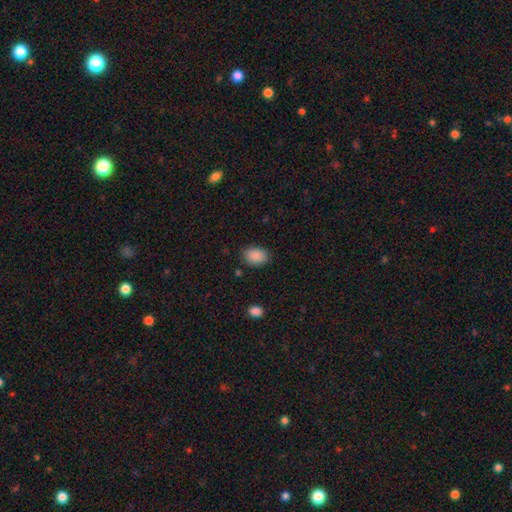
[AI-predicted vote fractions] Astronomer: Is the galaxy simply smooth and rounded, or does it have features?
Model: smooth — 89%.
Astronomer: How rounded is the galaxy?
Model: in between — 79%.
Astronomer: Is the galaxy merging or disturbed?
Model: none — 84%.